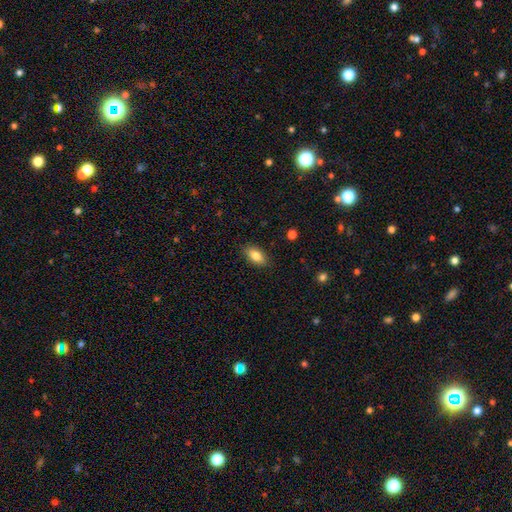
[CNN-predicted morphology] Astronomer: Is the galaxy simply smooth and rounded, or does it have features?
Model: smooth — 83%.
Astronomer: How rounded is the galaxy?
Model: in between — 90%.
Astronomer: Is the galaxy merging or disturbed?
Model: none — 88%.